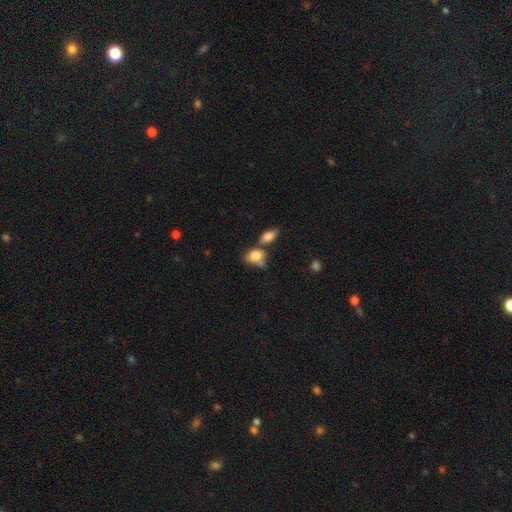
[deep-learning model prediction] smooth_or_featured: smooth (p=0.79) [alt: featured or disk p=0.12]
how_rounded: in between (p=0.66) [alt: round p=0.32]
merging: merger (p=0.42) [alt: none p=0.33]